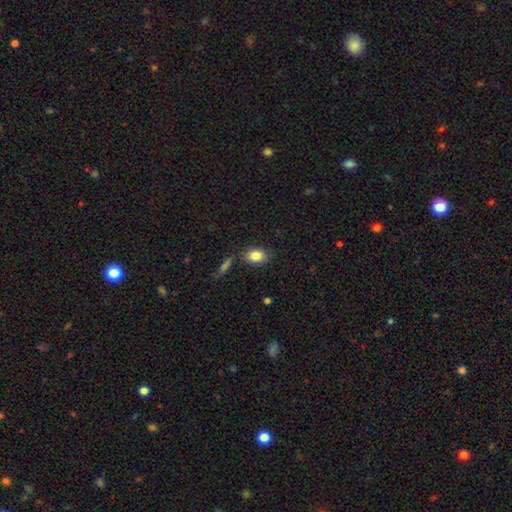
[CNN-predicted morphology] A smooth galaxy with no disk features (84%) that is in between round and cigar-shaped (79%). Merging: none (80%).